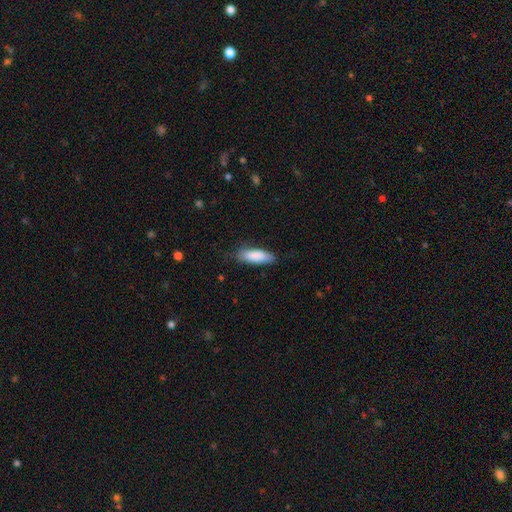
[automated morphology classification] A smooth galaxy with no disk features (87%) that is in between round and cigar-shaped (66%). Merging: none (73%).